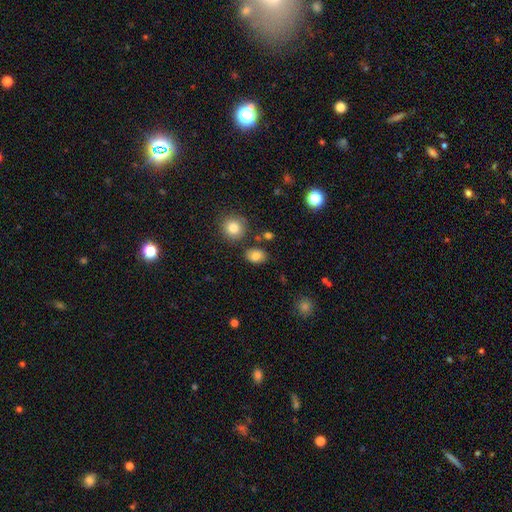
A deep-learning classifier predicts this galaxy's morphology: A smooth galaxy with no disk features (82%) that is in between round and cigar-shaped (66%). Merging: none (80%).